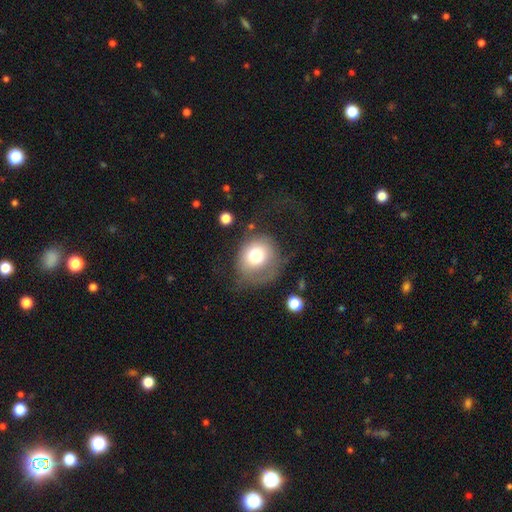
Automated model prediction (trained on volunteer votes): Smooth or featured?
  - smooth: 70% *
  - featured or disk: 20%
  - star or artifact: 10%
How rounded?
  - round: 76% *
  - in between: 23%
  - cigar-shaped: 1%
Merging?
  - none: 44% *
  - major disturbance: 28%
  - minor disturbance: 25%
  - merger: 3%